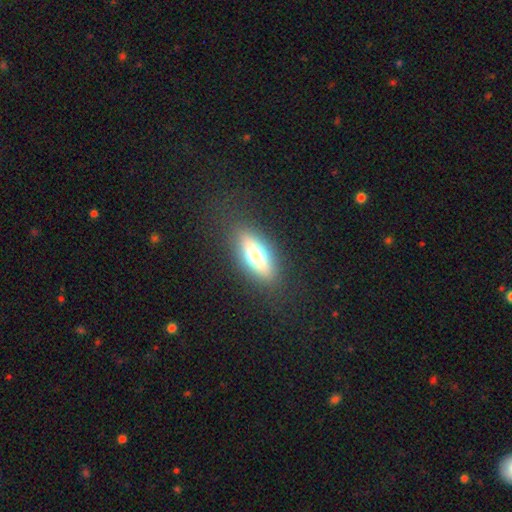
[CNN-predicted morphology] Smooth or featured?
  - smooth: 60% *
  - featured or disk: 30%
  - star or artifact: 10%
How rounded?
  - in between: 70% *
  - cigar-shaped: 25%
  - round: 5%
Merging?
  - none: 84% *
  - minor disturbance: 10%
  - major disturbance: 5%
  - merger: 1%